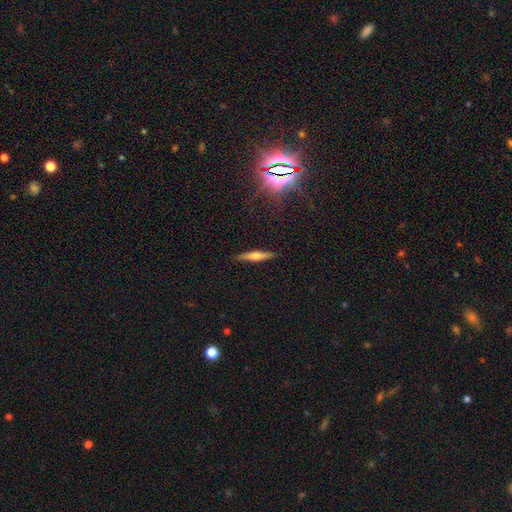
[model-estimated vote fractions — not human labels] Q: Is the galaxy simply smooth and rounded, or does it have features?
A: featured or disk — 49%.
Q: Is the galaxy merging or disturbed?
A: none — 89%.